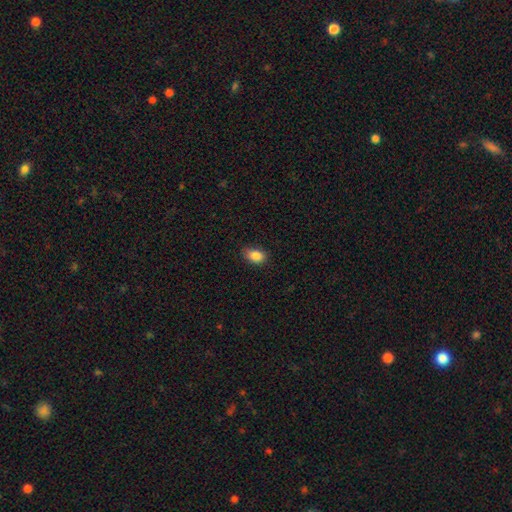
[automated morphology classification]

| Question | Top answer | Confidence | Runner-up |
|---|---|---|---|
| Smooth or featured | smooth | 86% | star or artifact (9%) |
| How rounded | in between | 83% | round (16%) |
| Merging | none | 81% | minor disturbance (16%) |